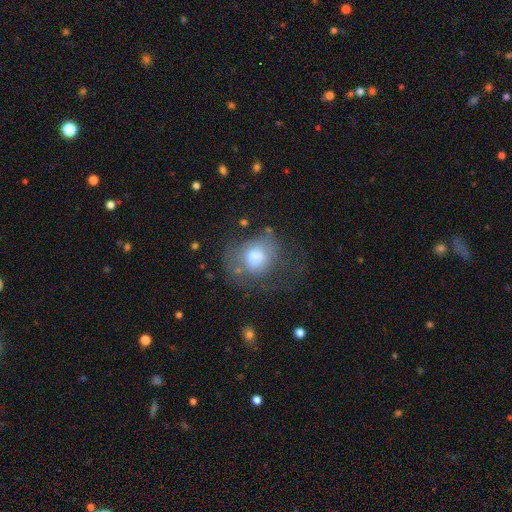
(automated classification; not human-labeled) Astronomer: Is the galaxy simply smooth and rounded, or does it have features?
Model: smooth — 58%.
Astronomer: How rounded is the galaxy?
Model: round — 64%.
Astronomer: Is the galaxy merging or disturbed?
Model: major disturbance — 37% (runner-up: none, 36%).